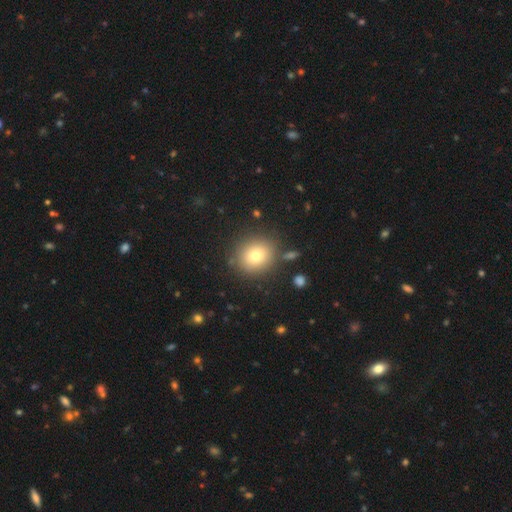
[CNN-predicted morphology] This appears to be a smooth galaxy with no disk features (75%) that is round (85%). Merging: none (86%).